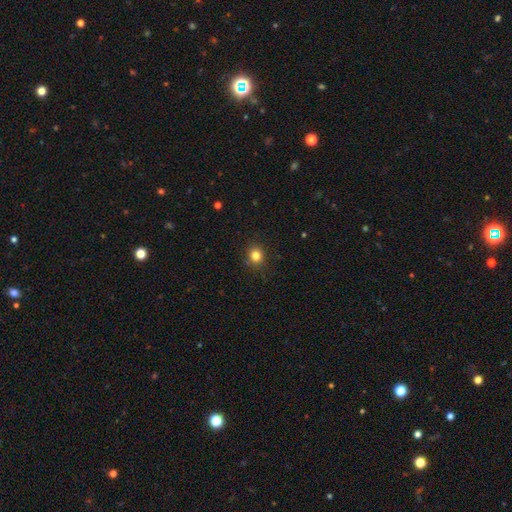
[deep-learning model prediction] Morphology: type=smooth (82%); roundness=round (84%); merging=none (89%).